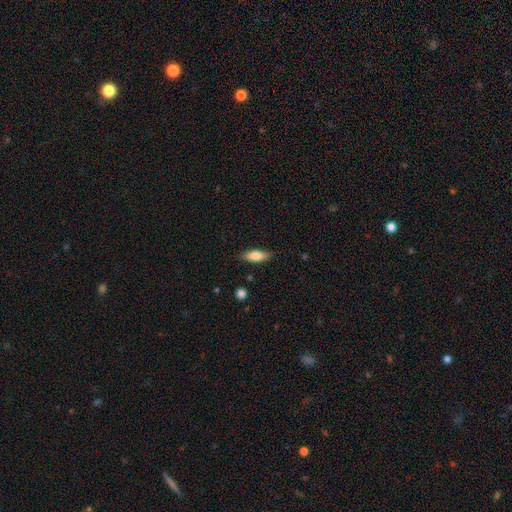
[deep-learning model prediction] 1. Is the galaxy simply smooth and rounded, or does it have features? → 75% smooth, 18% featured or disk, 7% star or artifact.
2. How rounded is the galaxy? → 65% in between, 33% cigar-shaped, 2% round.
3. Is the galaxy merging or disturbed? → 84% none, 12% minor disturbance, 2% major disturbance, 1% merger.